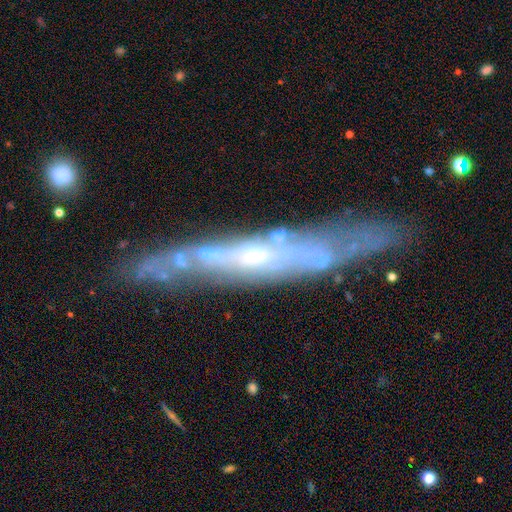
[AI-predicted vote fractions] featured or disk 77%, smooth 16%, star or artifact 7%. Down the decision tree: edge-on disk — yes (70%); edge-on bulge — none (53%); merging — none (77%).